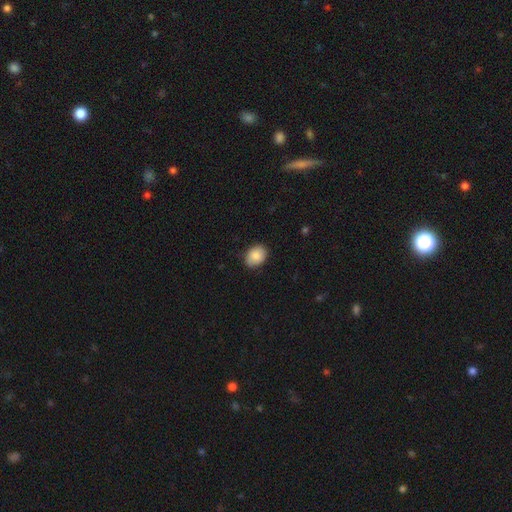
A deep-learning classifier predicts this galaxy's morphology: This appears to be a smooth galaxy with no disk features (86%) that is in between round and cigar-shaped (68%). Merging: none (84%).